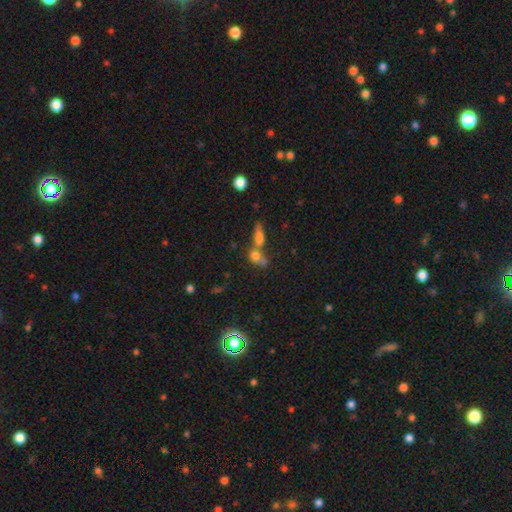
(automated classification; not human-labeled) Morphology: type=smooth (70%); roundness=in between (49%); merging=merger (56%).